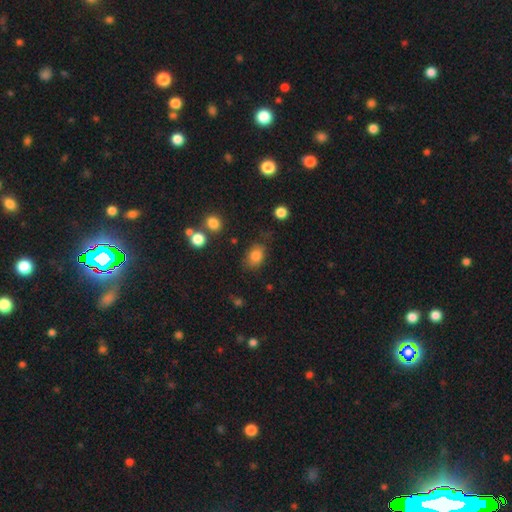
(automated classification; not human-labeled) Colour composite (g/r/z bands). It shows a smooth galaxy with no disk features (82%) that is in between round and cigar-shaped (68%). Merging: none (73%).